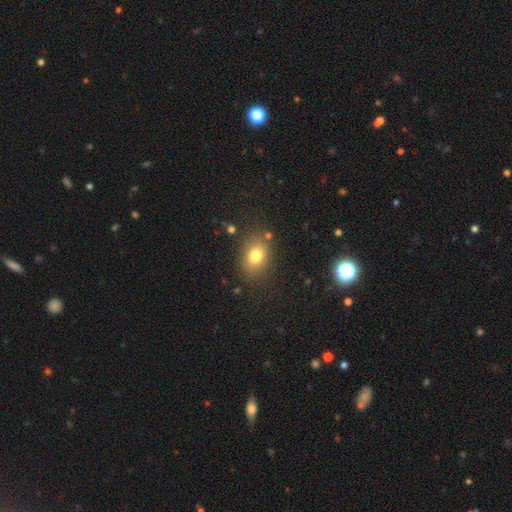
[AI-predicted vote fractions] Smooth or featured: smooth — 76% (star or artifact — 13%)
How rounded: in between — 66% (round — 33%)
Merging: none — 80% (minor disturbance — 12%)